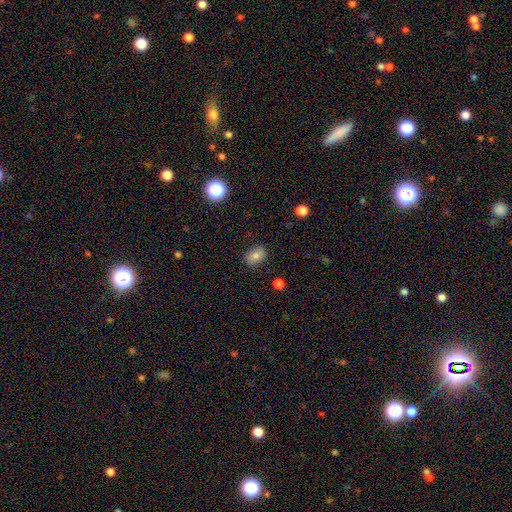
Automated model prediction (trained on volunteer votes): Smooth or featured? smooth (80%)
How rounded? in between (75%)
Merging? none (83%)